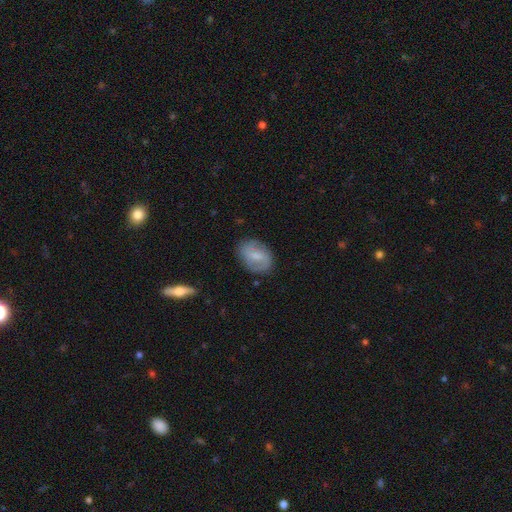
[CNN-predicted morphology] Smooth or featured? featured or disk (51%)
Edge-on disk? no (96%)
Merging? none (80%)